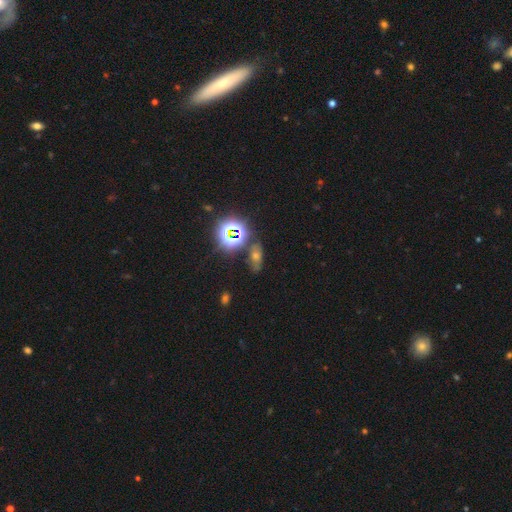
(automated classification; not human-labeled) Overall: star or artifact (52%; smooth 28%).